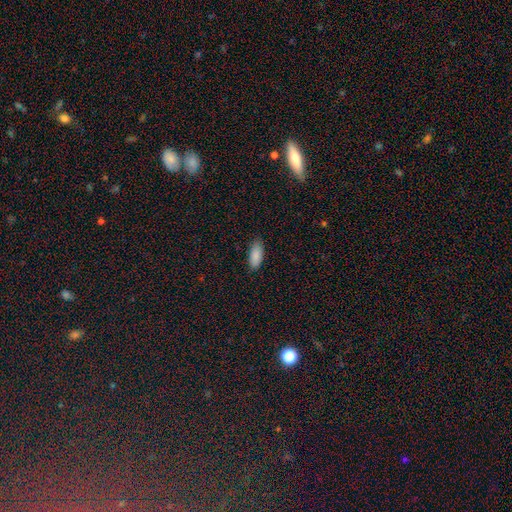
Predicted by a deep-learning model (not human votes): smooth-or-featured: smooth: 89% | star or artifact: 6% | featured or disk: 5%
  how-rounded: in between: 84% | cigar-shaped: 14% | round: 2%
  merging: none: 85% | minor disturbance: 12% | major disturbance: 2% | merger: 1%